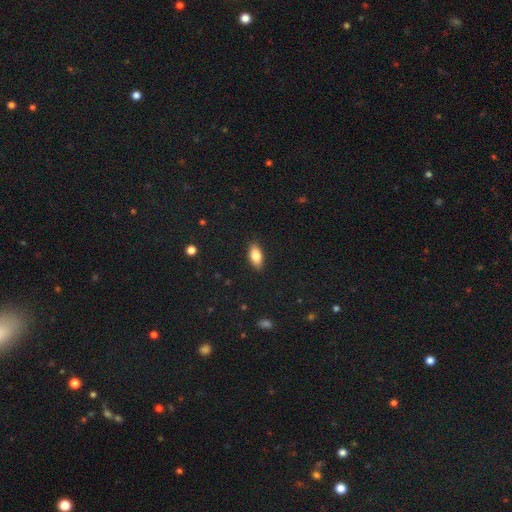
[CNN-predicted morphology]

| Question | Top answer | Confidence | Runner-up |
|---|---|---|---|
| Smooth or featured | smooth | 82% | featured or disk (11%) |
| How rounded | in between | 87% | cigar-shaped (10%) |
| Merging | none | 89% | minor disturbance (8%) |